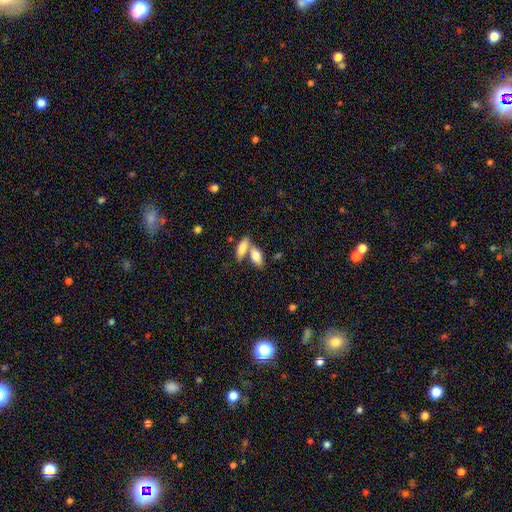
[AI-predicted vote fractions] A smooth galaxy with no disk features (80%) that is in between round and cigar-shaped (82%). Merging: merger (47%).